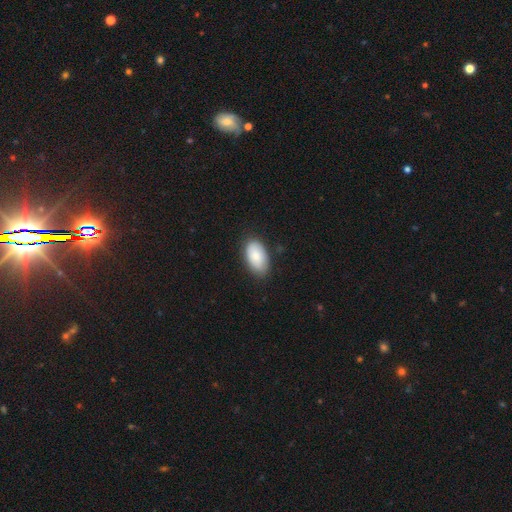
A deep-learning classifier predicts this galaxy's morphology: Q: Smooth or featured?
A: smooth (81%); runner-up: featured or disk (13%)
Q: How rounded?
A: in between (94%); runner-up: round (4%)
Q: Merging?
A: none (81%); runner-up: minor disturbance (15%)